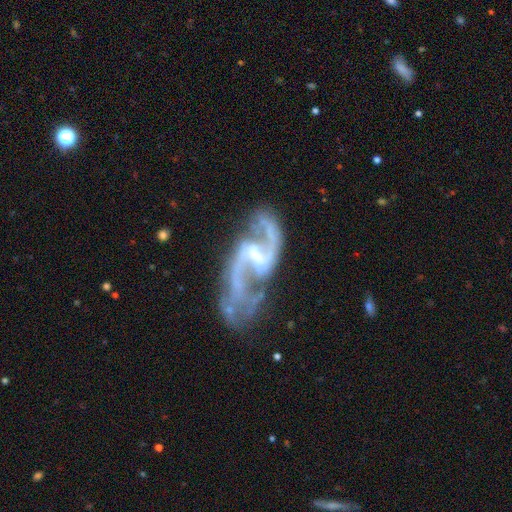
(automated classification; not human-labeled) Overall: featured or disk (92%). Edge-on disk: no (97%). Bar: weak (50%; strong 28%). Spiral arms: yes (97%). Spiral arm count: 2 (90%). Spiral winding: loose (54%; medium 38%). Bulge size: small (73%). Merging: none (58%; minor disturbance 21%).